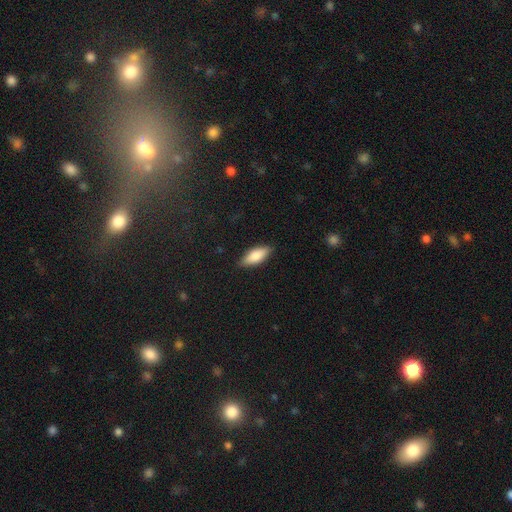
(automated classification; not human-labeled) smooth_or_featured: smooth (p=0.77) [alt: featured or disk p=0.16]
how_rounded: in between (p=0.75) [alt: cigar-shaped p=0.22]
merging: none (p=0.85) [alt: minor disturbance p=0.12]